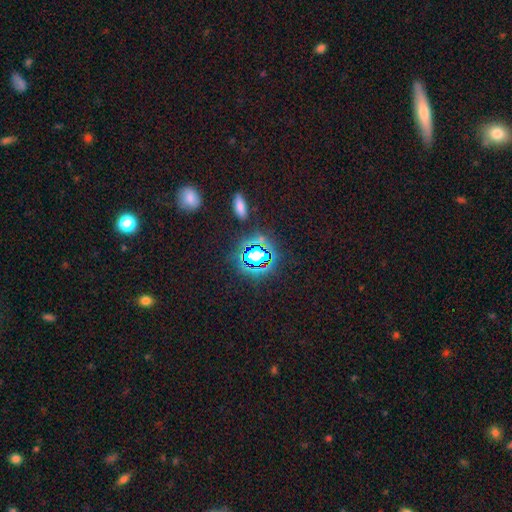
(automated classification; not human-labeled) A star or artifact, not a galaxy (67%).